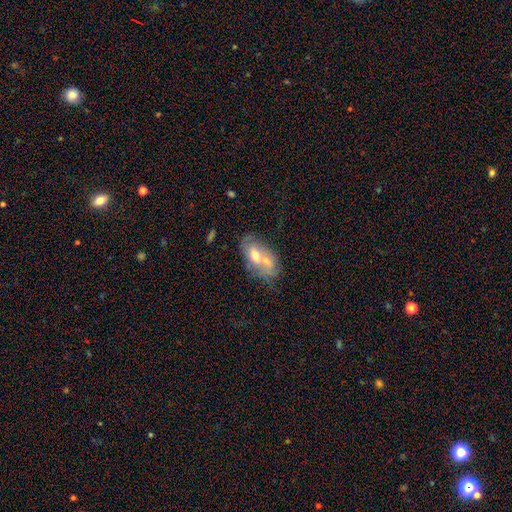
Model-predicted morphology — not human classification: Smooth or featured: smooth — 49% (featured or disk — 44%)
Merging: merger — 57% (none — 23%)